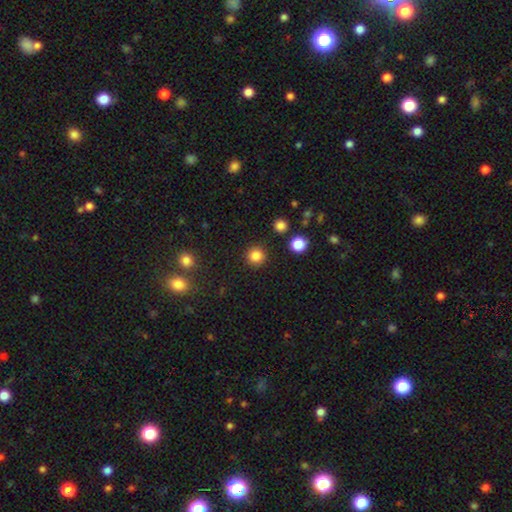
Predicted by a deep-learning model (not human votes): Q: Smooth or featured?
A: smooth (84%); runner-up: star or artifact (12%)
Q: How rounded?
A: round (95%); runner-up: in between (4%)
Q: Merging?
A: none (91%); runner-up: minor disturbance (5%)